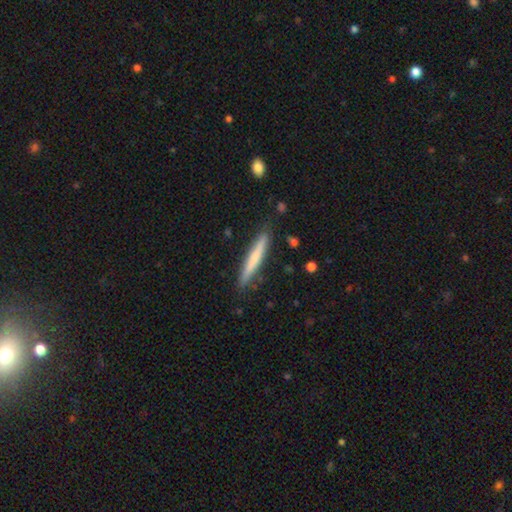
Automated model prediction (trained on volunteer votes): Smooth or featured? Predicted: smooth (p=0.64). How rounded? Predicted: cigar-shaped (p=0.95). Merging? Predicted: none (p=0.86).